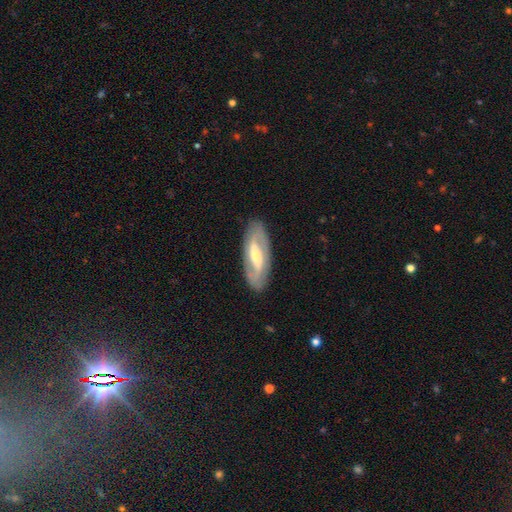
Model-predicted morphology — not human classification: A featured or disk galaxy (79%) with a strong bar (49%), 2 (87%) medium (42%) spiral arms (84%) and a moderate central bulge (54%).

Vote fractions:
- Smooth or featured? featured or disk: 79% / smooth: 16% / star or artifact: 5%
- Edge-on disk? no: 88% / yes: 12%
- Bar? strong: 49% / weak: 37% / no: 14%
- Spiral arms? yes: 84% / no: 16%
- Spiral winding? medium: 42% / loose: 30% / tight: 28%
- Spiral arm count? 2: 87% / can't tell: 8% / 1: 2% / 3: 1% / 4: 1% / more than 4: 1%
- Bulge size? moderate: 54% / small: 39% / large: 5% / none: 2% / dominant: 1%
- Merging? none: 87% / minor disturbance: 9% / major disturbance: 3% / merger: 1%